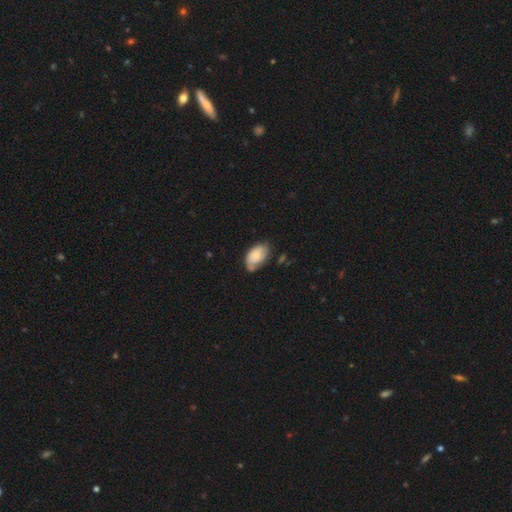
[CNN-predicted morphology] This is likely a smooth galaxy (62%). How rounded: clearly in between (92%). Merging: possibly none (51%).